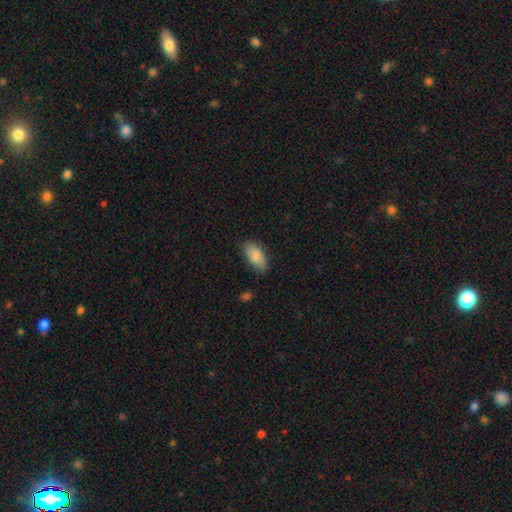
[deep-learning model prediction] A smooth galaxy with no disk features (83%) that is in between round and cigar-shaped (93%).

Vote fractions:
- Smooth or featured? smooth: 83% / featured or disk: 11% / star or artifact: 6%
- How rounded? in between: 93% / cigar-shaped: 5% / round: 3%
- Merging? none: 77% / minor disturbance: 19% / major disturbance: 3% / merger: 1%